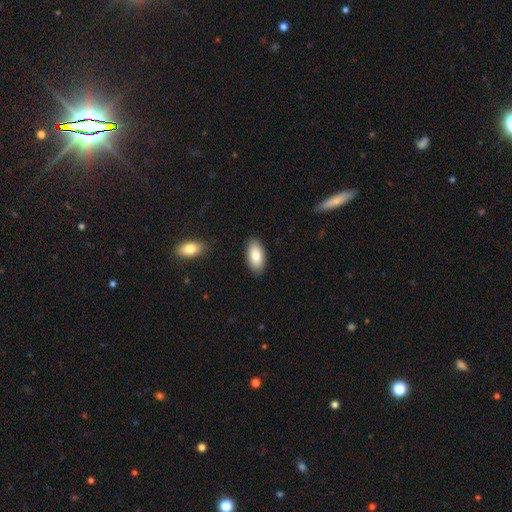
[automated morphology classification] This is clearly a smooth galaxy (85%). How rounded: clearly in between (94%). Merging: clearly none (87%).